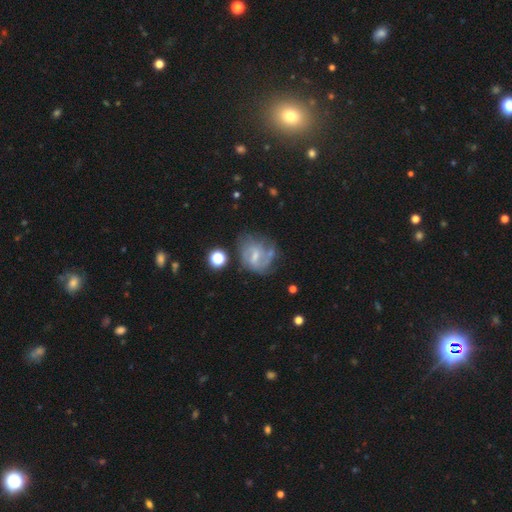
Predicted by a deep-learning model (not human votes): Morphology: type=featured or disk (67%); edge-on=no (97%); bar=weak (57%); spiral arms=yes (75%); bulge=small (46%); merging=none (46%).